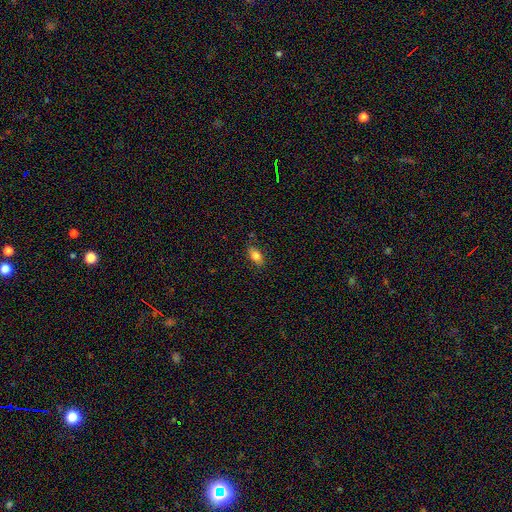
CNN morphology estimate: Q: Smooth or featured?
A: smooth (81%); runner-up: featured or disk (10%)
Q: How rounded?
A: in between (88%); runner-up: cigar-shaped (7%)
Q: Merging?
A: none (80%); runner-up: minor disturbance (15%)